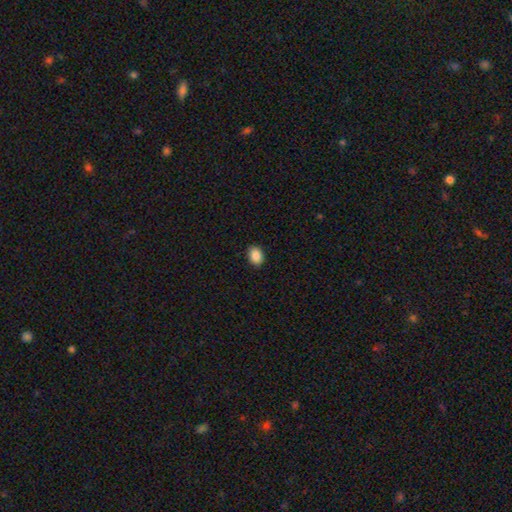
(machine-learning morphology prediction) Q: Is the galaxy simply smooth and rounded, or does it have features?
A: smooth — 89%.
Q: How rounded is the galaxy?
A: in between — 74%.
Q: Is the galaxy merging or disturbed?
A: none — 89%.